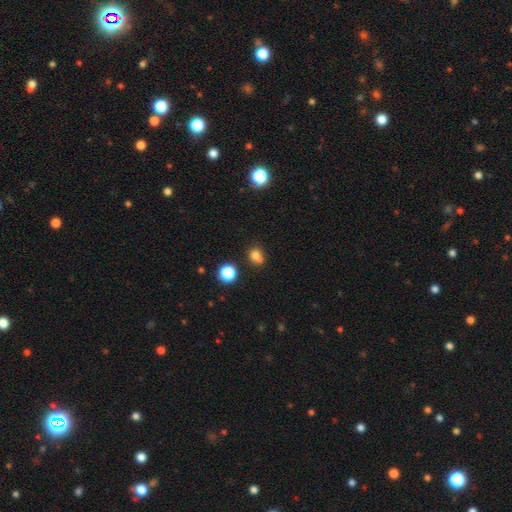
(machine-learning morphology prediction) This is likely a smooth galaxy (74%). How rounded: likely round (72%). Merging: possibly none (48%).